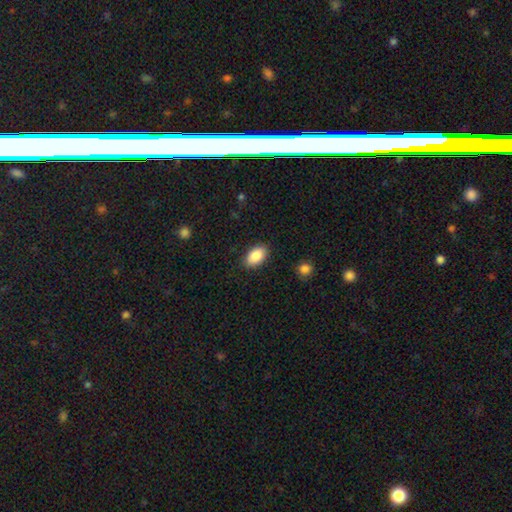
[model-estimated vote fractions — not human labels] Smooth or featured? smooth (89%)
How rounded? in between (93%)
Merging? none (87%)